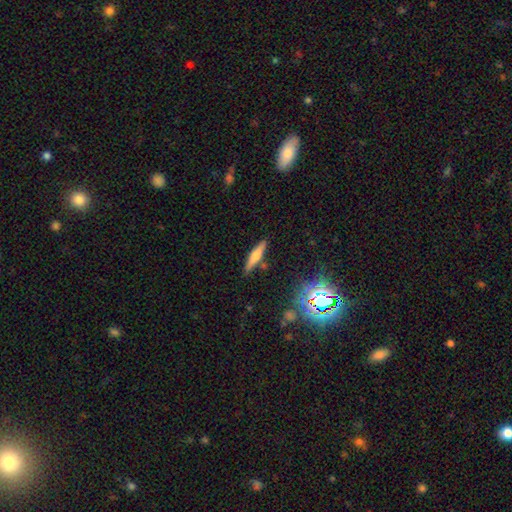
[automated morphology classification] A smooth galaxy with no disk features (48%).

Vote fractions:
- Smooth or featured? smooth: 48% / featured or disk: 43% / star or artifact: 9%
- Merging? none: 82% / minor disturbance: 11% / merger: 4% / major disturbance: 3%